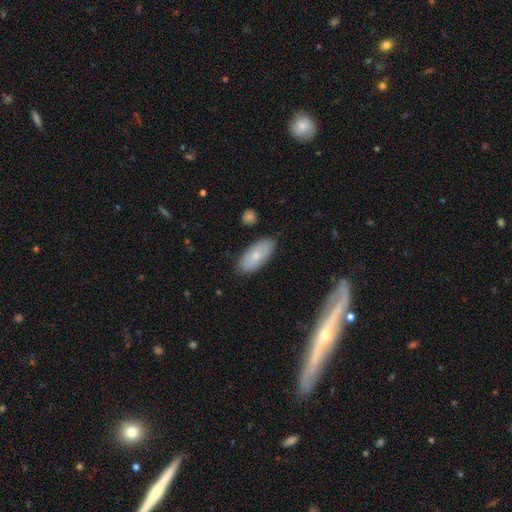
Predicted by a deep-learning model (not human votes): Smooth or featured? smooth (73%)
How rounded? in between (88%)
Merging? none (84%)